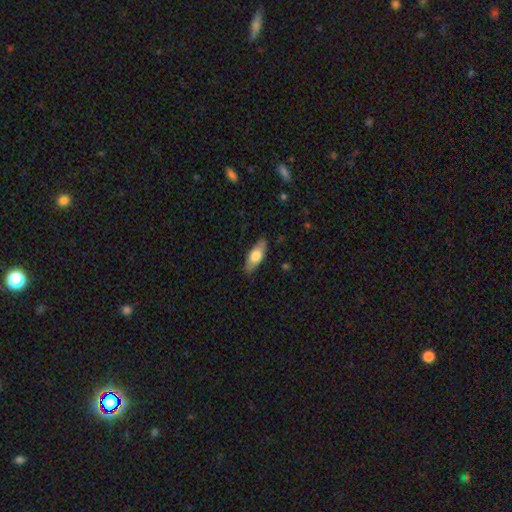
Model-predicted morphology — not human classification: Q: Smooth or featured?
A: smooth (68%); runner-up: featured or disk (27%)
Q: How rounded?
A: in between (75%); runner-up: cigar-shaped (22%)
Q: Merging?
A: none (85%); runner-up: minor disturbance (12%)